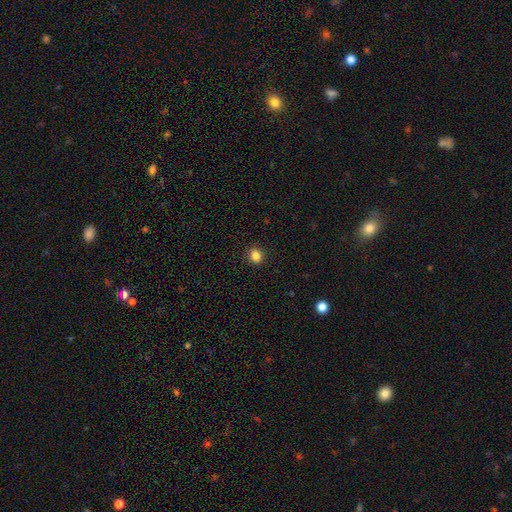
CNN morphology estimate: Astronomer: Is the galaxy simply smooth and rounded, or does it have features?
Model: smooth — 85%.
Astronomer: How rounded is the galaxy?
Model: round — 70%.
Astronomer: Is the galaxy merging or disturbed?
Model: none — 91%.